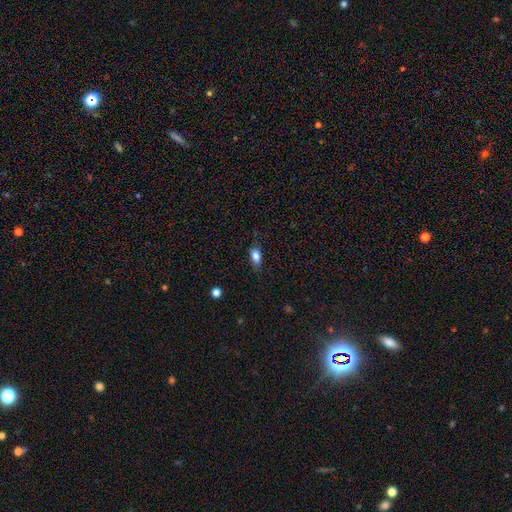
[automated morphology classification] type=smooth (79%); roundness=in between (82%); merging=none (76%).